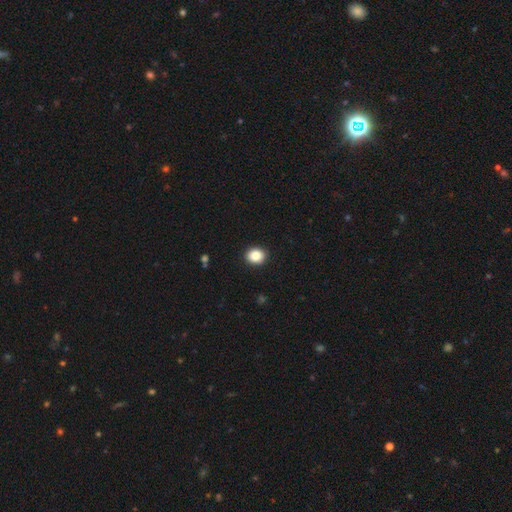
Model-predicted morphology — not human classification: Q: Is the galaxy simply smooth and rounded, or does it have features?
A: smooth — 86%.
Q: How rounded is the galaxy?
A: round — 65%.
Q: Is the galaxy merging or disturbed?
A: none — 91%.